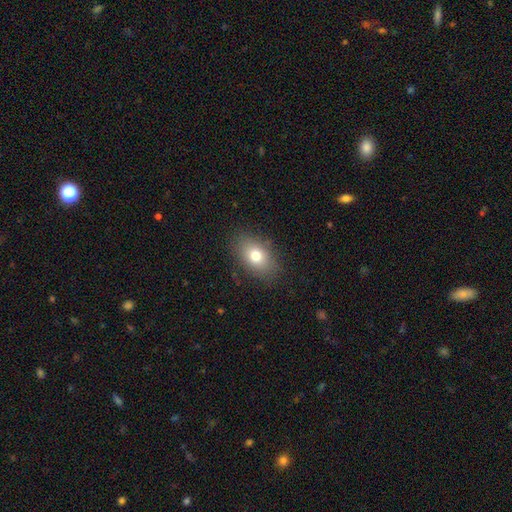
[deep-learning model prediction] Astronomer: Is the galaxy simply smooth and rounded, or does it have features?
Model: smooth — 76%.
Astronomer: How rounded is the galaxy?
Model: in between — 83%.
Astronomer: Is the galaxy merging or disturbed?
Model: none — 84%.